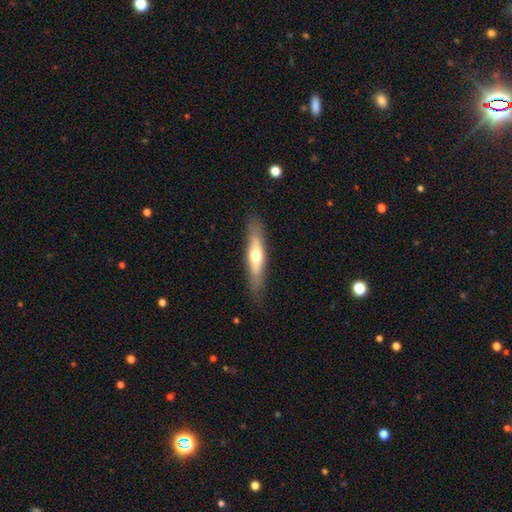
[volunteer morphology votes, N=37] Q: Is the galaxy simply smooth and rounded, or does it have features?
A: smooth — 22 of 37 (59%).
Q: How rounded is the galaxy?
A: cigar-shaped — 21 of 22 (95%).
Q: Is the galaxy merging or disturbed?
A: none — 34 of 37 (92%).